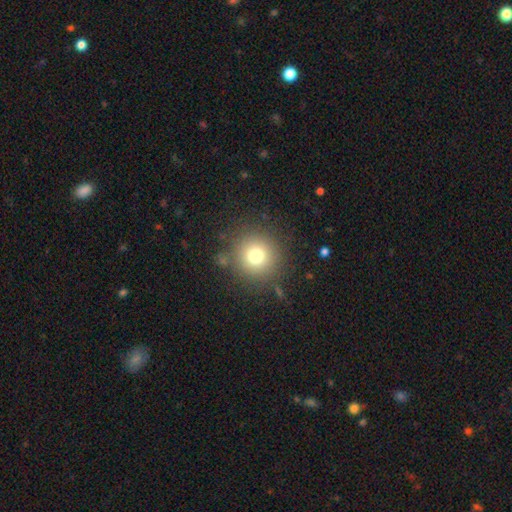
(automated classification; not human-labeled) smooth 75%, star or artifact 14%, featured or disk 10%. Down the decision tree: how rounded — round (95%); merging — none (85%).